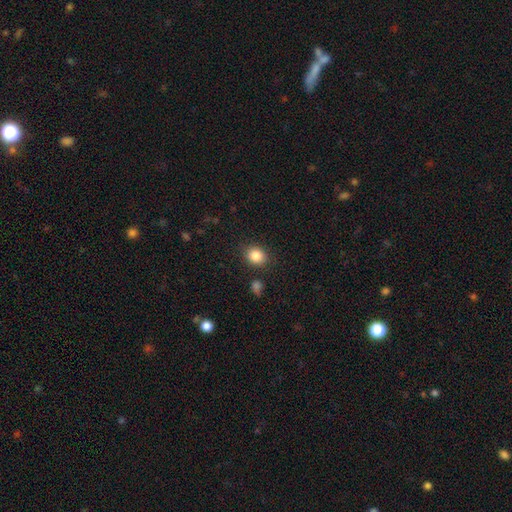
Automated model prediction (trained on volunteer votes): smooth 85%, star or artifact 10%, featured or disk 5%. Down the decision tree: how rounded — round (65%); merging — none (84%).